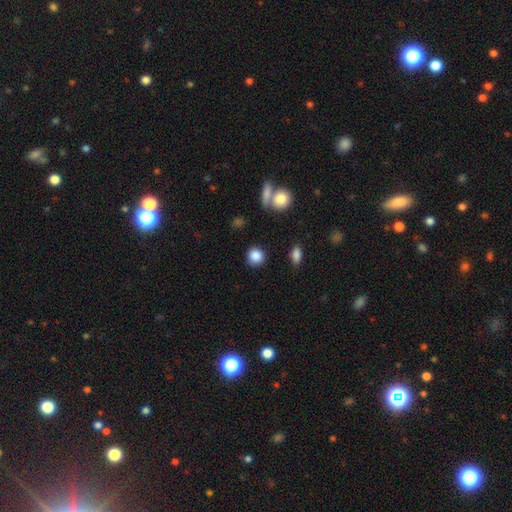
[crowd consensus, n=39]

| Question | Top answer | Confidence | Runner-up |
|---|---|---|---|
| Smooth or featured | smooth | 97% | featured or disk (3%) |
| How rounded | round | 79% | in between (18%) |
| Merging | none | 77% | minor disturbance (13%) |